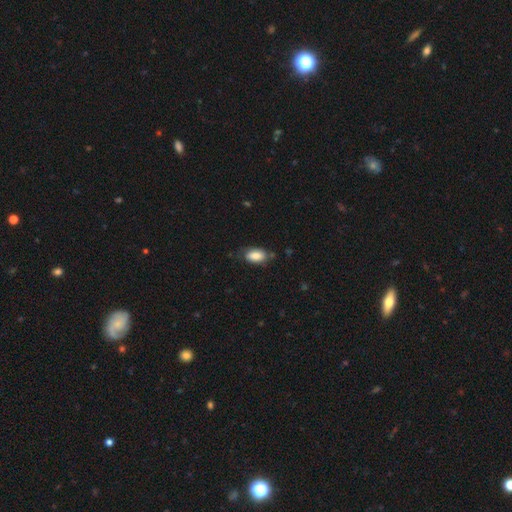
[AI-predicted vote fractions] A smooth galaxy with no disk features (85%) that is in between round and cigar-shaped (92%).

Vote fractions:
- Smooth or featured? smooth: 85% / featured or disk: 8% / star or artifact: 7%
- How rounded? in between: 92% / round: 4% / cigar-shaped: 3%
- Merging? none: 70% / minor disturbance: 23% / major disturbance: 5% / merger: 2%